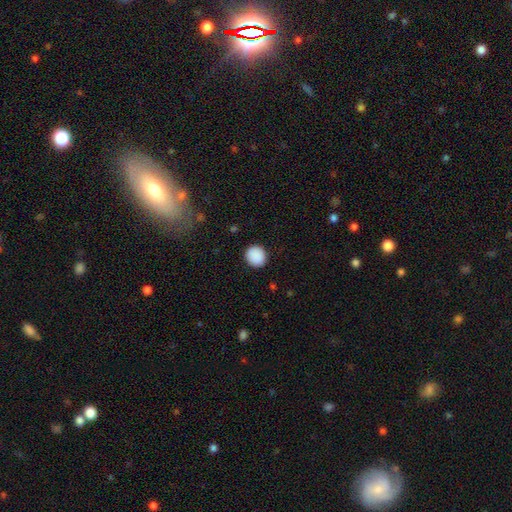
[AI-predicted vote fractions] smooth-or-featured: smooth: 90% | star or artifact: 8% | featured or disk: 2%
  how-rounded: round: 83% | in between: 16% | cigar-shaped: 1%
  merging: none: 90% | minor disturbance: 7% | major disturbance: 2% | merger: 1%